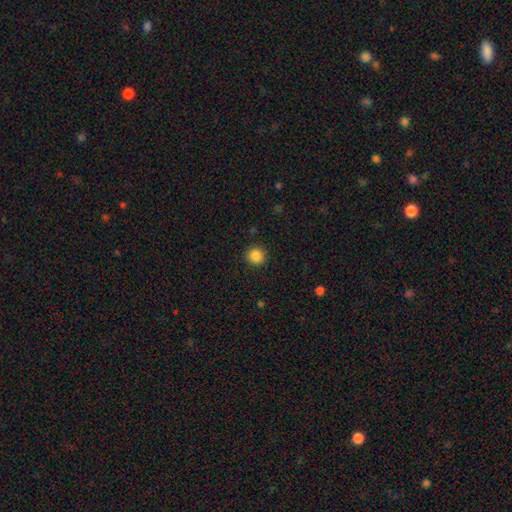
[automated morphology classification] A smooth galaxy with no disk features (86%) that is round (94%).

Vote fractions:
- Smooth or featured? smooth: 86% / star or artifact: 10% / featured or disk: 4%
- How rounded? round: 94% / in between: 5% / cigar-shaped: 1%
- Merging? none: 91% / minor disturbance: 6% / major disturbance: 2% / merger: 1%